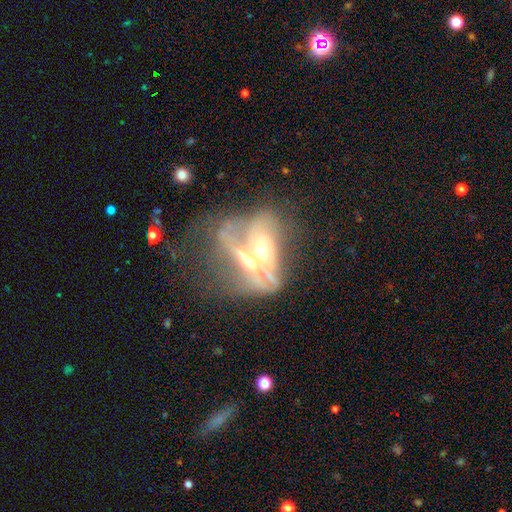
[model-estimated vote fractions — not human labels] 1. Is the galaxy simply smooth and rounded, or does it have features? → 63% featured or disk, 25% smooth, 12% star or artifact.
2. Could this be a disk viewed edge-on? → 84% no, 16% yes.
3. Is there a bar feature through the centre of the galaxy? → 74% no, 17% weak, 9% strong.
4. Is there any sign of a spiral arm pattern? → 67% no, 33% yes.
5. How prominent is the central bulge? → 58% moderate, 29% small, 7% large, 4% none, 2% dominant.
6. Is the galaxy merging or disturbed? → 71% merger, 13% major disturbance, 10% none, 6% minor disturbance.